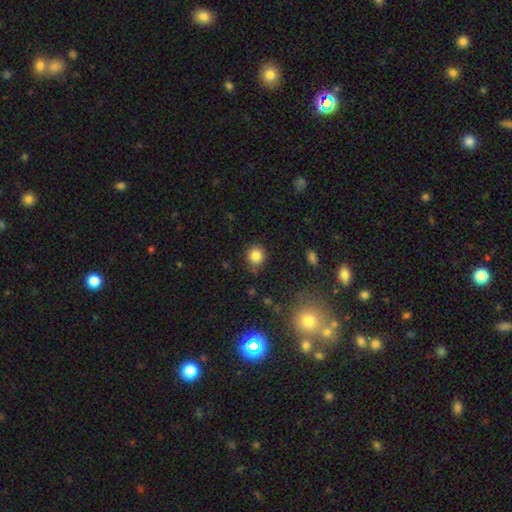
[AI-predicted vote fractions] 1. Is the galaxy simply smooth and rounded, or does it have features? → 84% smooth, 12% star or artifact, 5% featured or disk.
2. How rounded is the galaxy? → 87% round, 12% in between, 1% cigar-shaped.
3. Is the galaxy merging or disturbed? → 79% none, 16% minor disturbance, 3% major disturbance, 2% merger.